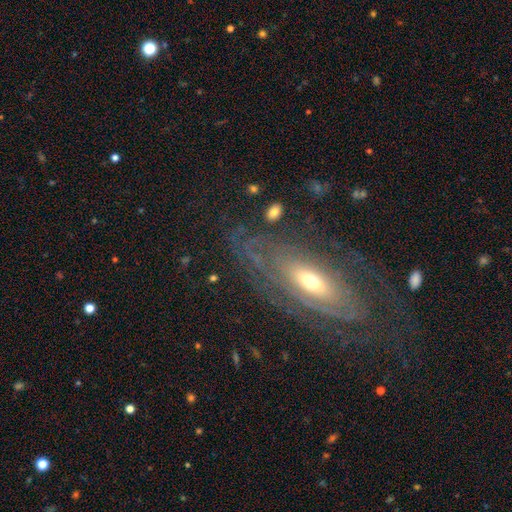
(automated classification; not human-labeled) This appears to be a featured or disk galaxy (73%) with no bar (66%), spiral arms (69%) and a moderate central bulge (55%). Merging: none (70%).